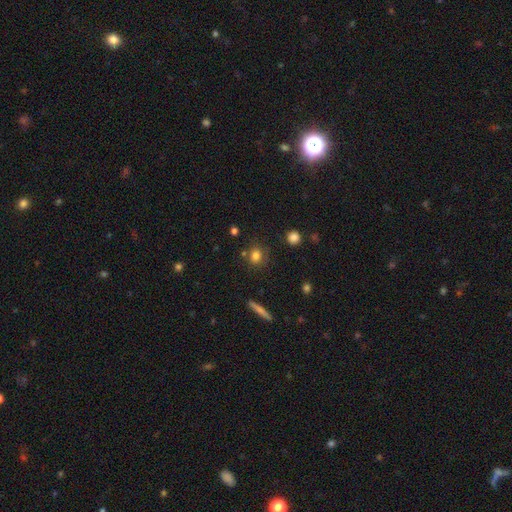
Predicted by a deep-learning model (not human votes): Overall: smooth (79%). How rounded: round (71%). Merging: none (75%).